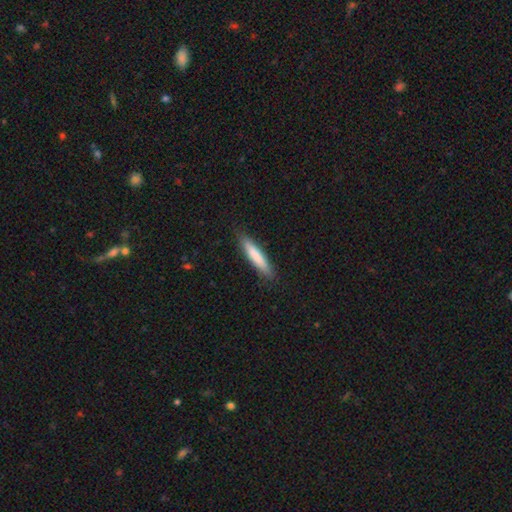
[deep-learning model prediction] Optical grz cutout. It shows a smooth galaxy with no disk features (79%) that is cigar-shaped (88%). Merging: none (87%).